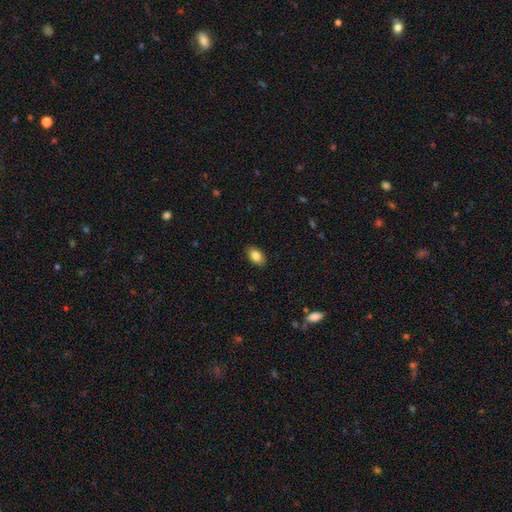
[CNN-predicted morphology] Smooth or featured? smooth (84%)
How rounded? in between (89%)
Merging? none (88%)